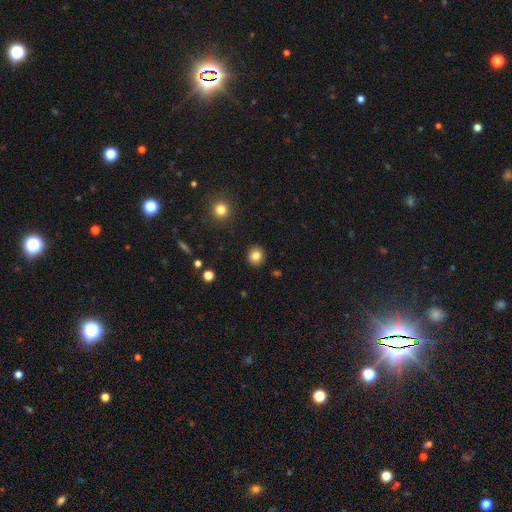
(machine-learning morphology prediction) Smooth or featured? Predicted: smooth (p=0.83). How rounded? Predicted: round (p=0.89). Merging? Predicted: none (p=0.91).